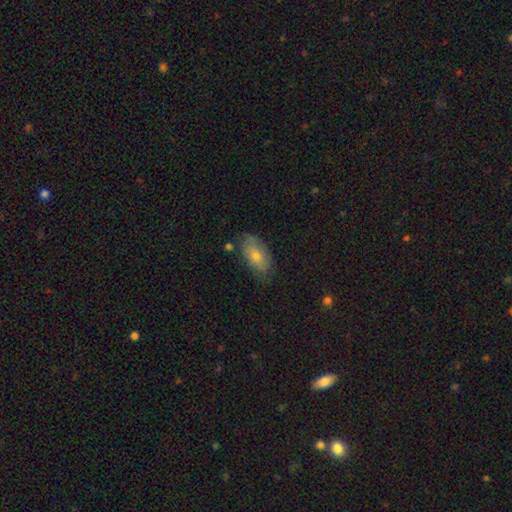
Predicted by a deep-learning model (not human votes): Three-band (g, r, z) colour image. It shows a smooth galaxy with no disk features (64%) that is in between round and cigar-shaped (92%). Merging: none (71%).